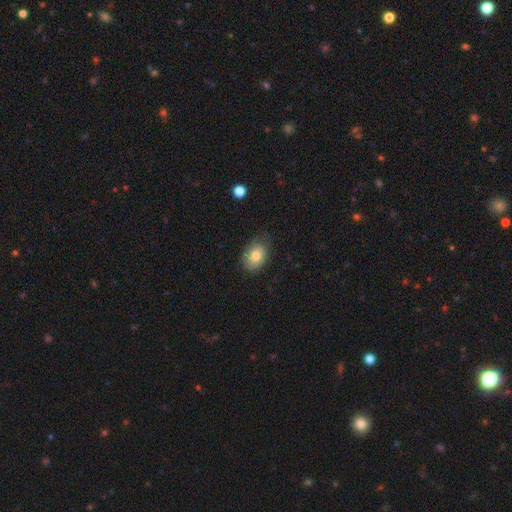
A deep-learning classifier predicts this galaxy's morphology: smooth_or_featured: smooth (p=0.74) [alt: featured or disk p=0.18]
how_rounded: in between (p=0.69) [alt: round p=0.30]
merging: none (p=0.61) [alt: minor disturbance p=0.30]